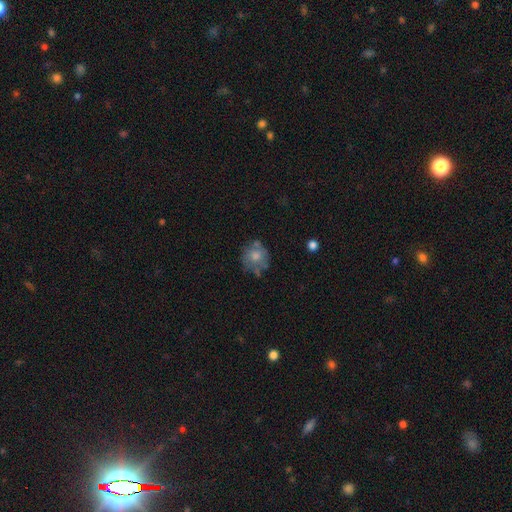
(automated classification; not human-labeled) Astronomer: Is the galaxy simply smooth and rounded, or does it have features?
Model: smooth — 61%.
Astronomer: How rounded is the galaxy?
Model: round — 81%.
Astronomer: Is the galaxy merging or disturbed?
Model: none — 56%.